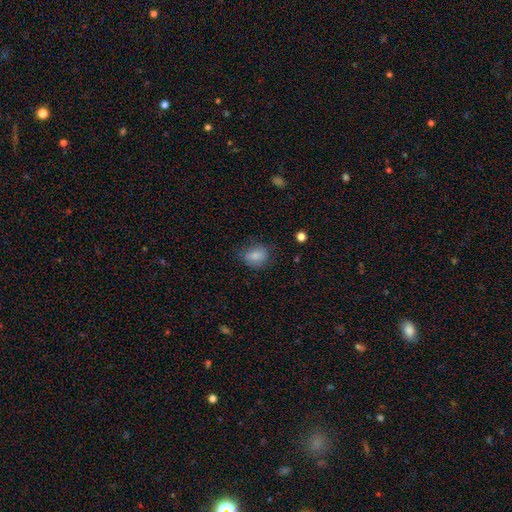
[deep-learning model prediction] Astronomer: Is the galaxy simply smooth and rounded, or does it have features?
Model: smooth — 83%.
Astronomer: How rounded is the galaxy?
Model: in between — 63%.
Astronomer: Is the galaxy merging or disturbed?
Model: none — 71%.